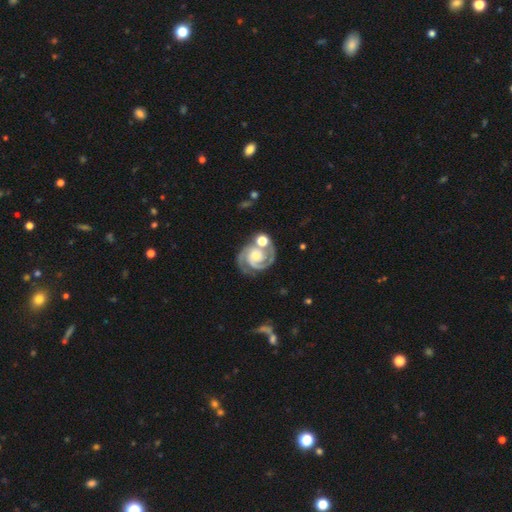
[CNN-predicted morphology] The model was most divided on "bulge size": small: 45%, moderate: 34%, none: 11%, large: 8%, dominant: 2%. More confident: edge-on disk — no (98%); spiral arms — yes (98%); smooth or featured — featured or disk (88%); spiral arm count — 2 (81%); bar — no (68%); spiral winding — tight (61%); merging — none (60%).